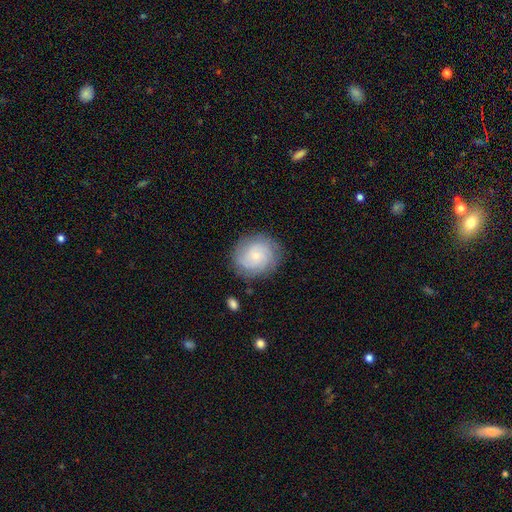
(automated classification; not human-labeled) smooth_or_featured: featured or disk (p=0.56) [alt: smooth p=0.36]
disk_edge_on: no (p=0.98) [alt: yes p=0.02]
bar: no (p=0.76) [alt: weak p=0.21]
has_spiral_arms: yes (p=0.90) [alt: no p=0.10]
bulge_size: small (p=0.74) [alt: moderate p=0.20]
merging: none (p=0.81) [alt: minor disturbance p=0.13]